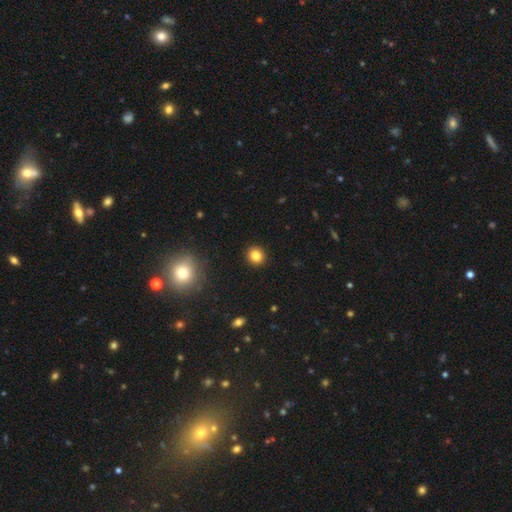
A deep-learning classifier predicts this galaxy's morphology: Q: Smooth or featured?
A: smooth (84%); runner-up: star or artifact (11%)
Q: How rounded?
A: round (84%); runner-up: in between (15%)
Q: Merging?
A: none (92%); runner-up: minor disturbance (5%)